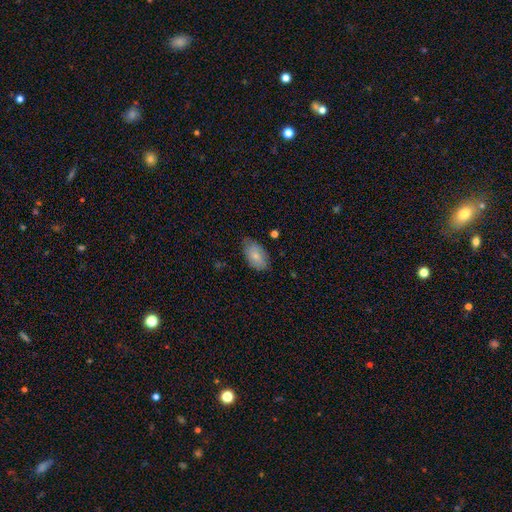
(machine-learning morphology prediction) Overall: smooth (79%). How rounded: in between (93%). Merging: none (73%).